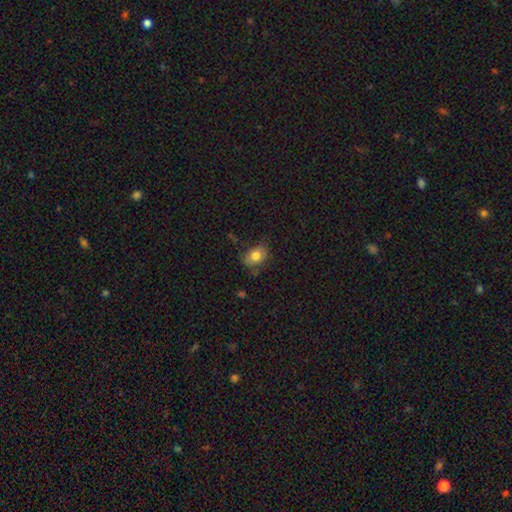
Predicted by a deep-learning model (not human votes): Smooth or featured?
  - smooth: 80% *
  - featured or disk: 12%
  - star or artifact: 9%
How rounded?
  - in between: 74% *
  - round: 24%
  - cigar-shaped: 1%
Merging?
  - none: 70% *
  - minor disturbance: 22%
  - major disturbance: 5%
  - merger: 2%